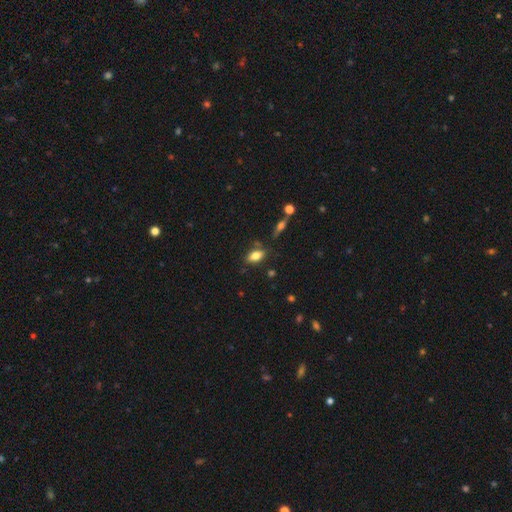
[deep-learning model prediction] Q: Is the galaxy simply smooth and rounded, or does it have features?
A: smooth — 77%.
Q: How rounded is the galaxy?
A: in between — 88%.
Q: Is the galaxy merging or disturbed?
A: none — 77%.